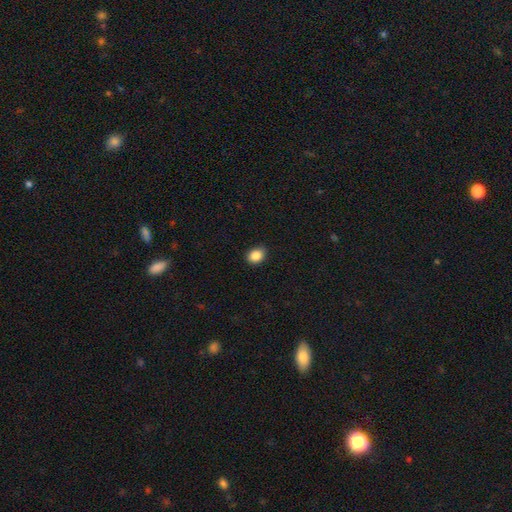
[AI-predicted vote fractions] The model was most divided on "how rounded": in between: 50%, round: 49%, cigar-shaped: 1%. More confident: smooth or featured — smooth (86%); merging — none (82%).